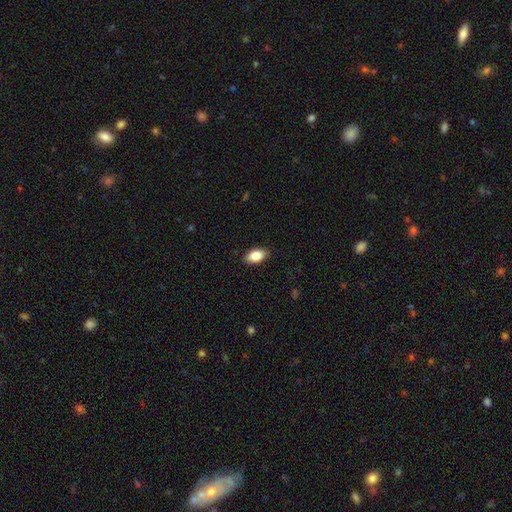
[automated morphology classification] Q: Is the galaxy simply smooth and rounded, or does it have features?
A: smooth — 85%.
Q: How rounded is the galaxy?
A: in between — 92%.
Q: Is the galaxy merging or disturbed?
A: none — 88%.